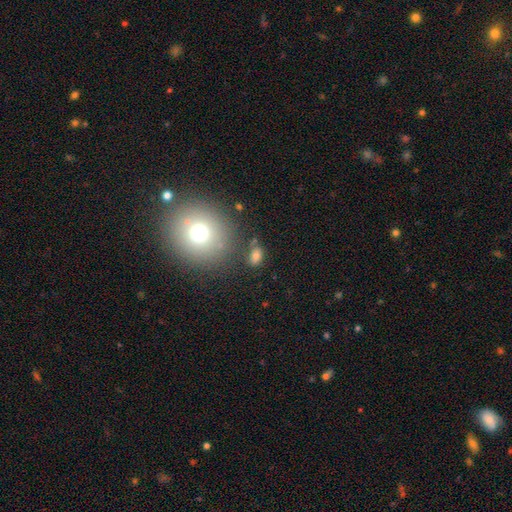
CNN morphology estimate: This is likely a smooth galaxy (73%). How rounded: likely in between (74%). Merging: likely none (70%).